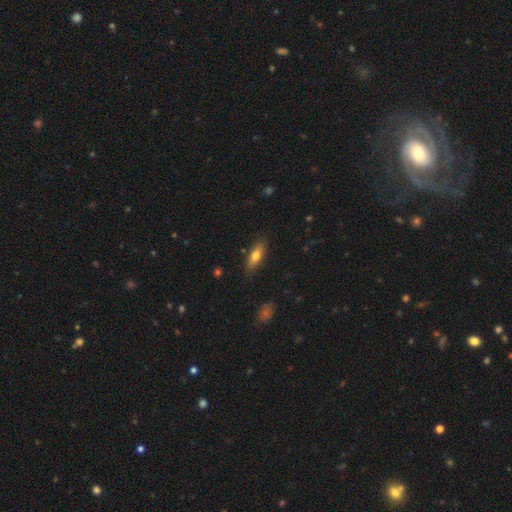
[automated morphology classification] This appears to be a smooth galaxy with no disk features (68%) that is in between round and cigar-shaped (58%). Merging: none (84%).